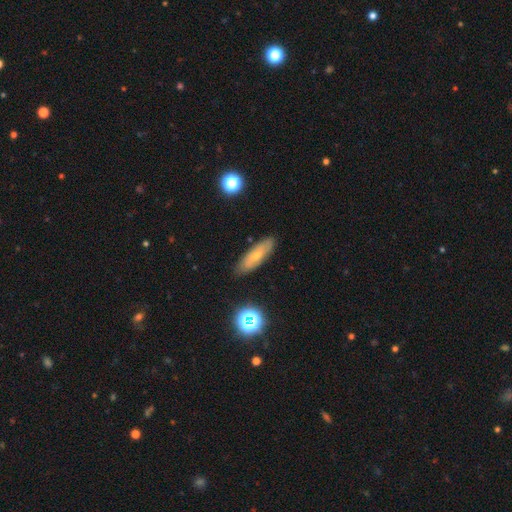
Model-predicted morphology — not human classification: smooth-or-featured: smooth: 56% | featured or disk: 34% | star or artifact: 10%
  how-rounded: cigar-shaped: 52% | in between: 45% | round: 3%
  merging: none: 84% | minor disturbance: 12% | major disturbance: 3% | merger: 2%